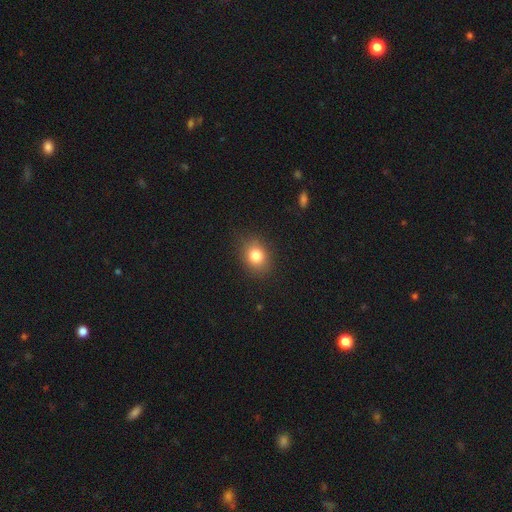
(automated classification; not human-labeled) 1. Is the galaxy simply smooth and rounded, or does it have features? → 82% smooth, 11% star or artifact, 8% featured or disk.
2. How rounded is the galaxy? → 50% in between, 49% round, 1% cigar-shaped.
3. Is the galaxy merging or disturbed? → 85% none, 11% minor disturbance, 3% major disturbance, 1% merger.